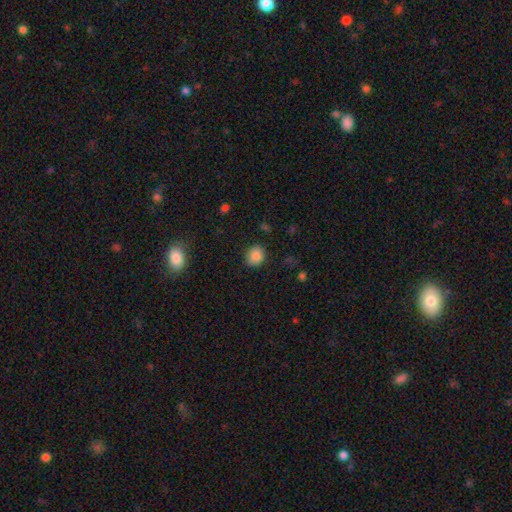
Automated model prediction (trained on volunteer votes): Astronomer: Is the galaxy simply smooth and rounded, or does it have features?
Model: smooth — 84%.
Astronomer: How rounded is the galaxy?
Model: round — 74%.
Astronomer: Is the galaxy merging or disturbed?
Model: none — 87%.